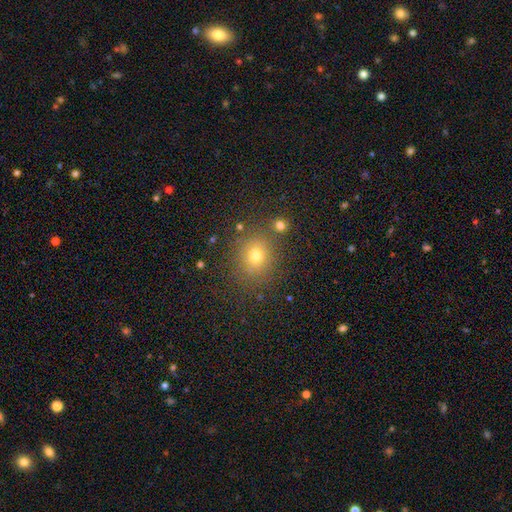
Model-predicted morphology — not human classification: This is likely a smooth galaxy (71%). How rounded: likely round (77%). Merging: likely none (79%).